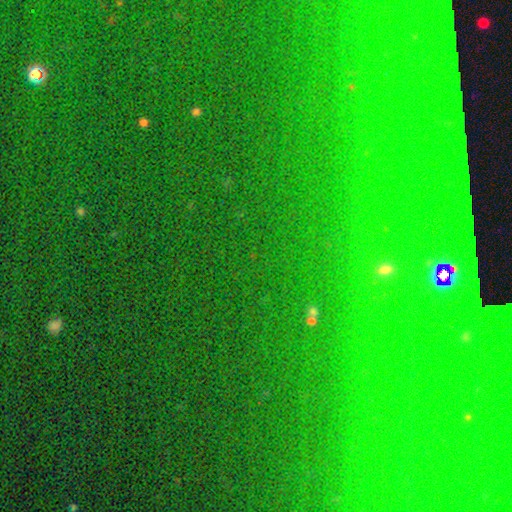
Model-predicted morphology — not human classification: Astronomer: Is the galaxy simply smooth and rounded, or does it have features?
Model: star or artifact — 77%.